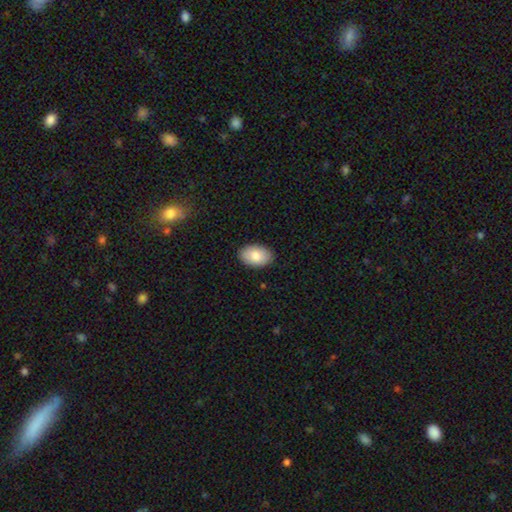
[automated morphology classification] Smooth or featured: smooth — 83% (featured or disk — 10%)
How rounded: in between — 92% (round — 7%)
Merging: none — 89% (minor disturbance — 8%)